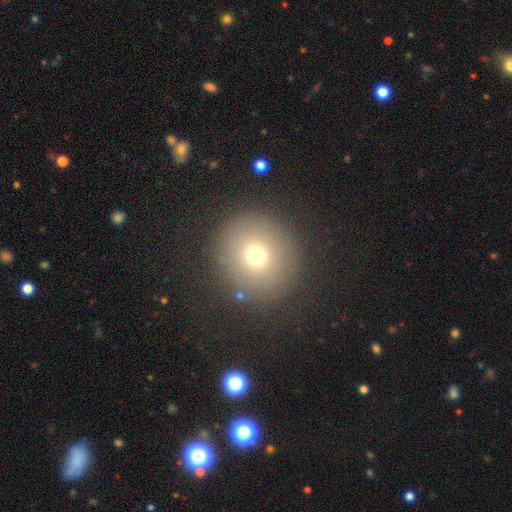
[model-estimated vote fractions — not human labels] Smooth or featured? smooth (71%)
How rounded? round (93%)
Merging? none (85%)